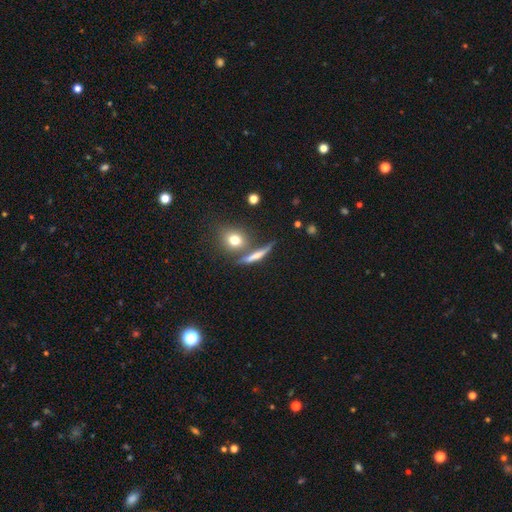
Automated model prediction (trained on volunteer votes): This appears to be a smooth galaxy with no disk features (46%). Merging: none (65%).